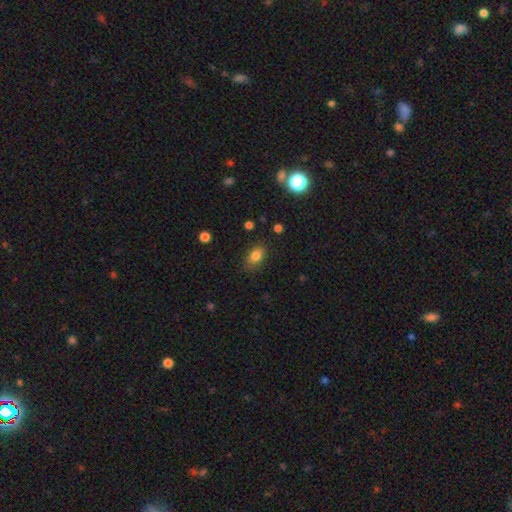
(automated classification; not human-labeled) A smooth galaxy with no disk features (81%) that is in between round and cigar-shaped (82%). Merging: none (83%).